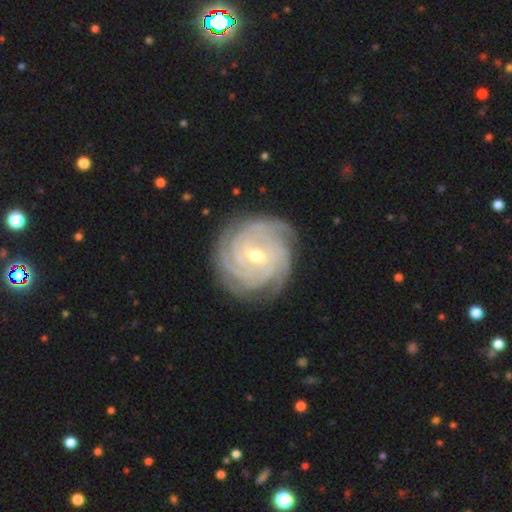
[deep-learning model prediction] The model was most divided on "bulge size" (2-way tie): moderate: 49%, small: 49%, large: 1%, none: 1%, dominant: 1%. Remaining: spiral arms — yes (99%); edge-on disk — no (98%); smooth or featured — featured or disk (92%); spiral winding — tight (86%); merging — none (83%); bar — weak (52%); spiral arm count — 4 (37%).